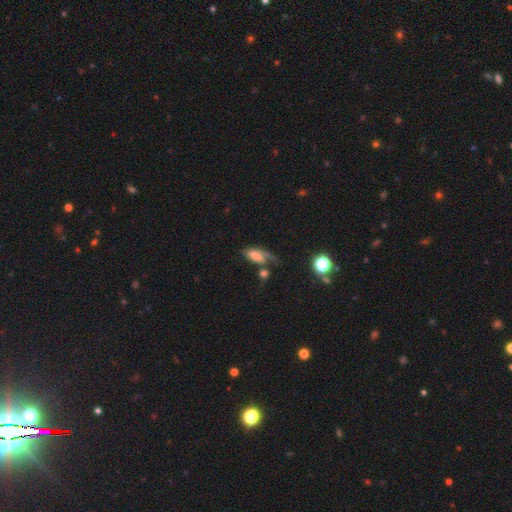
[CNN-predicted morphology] Smooth or featured: smooth — 60% (featured or disk — 29%)
How rounded: in between — 82% (cigar-shaped — 12%)
Merging: none — 30% (major disturbance — 28%)